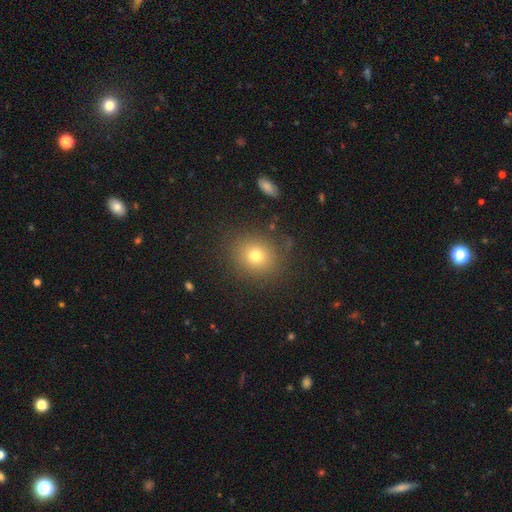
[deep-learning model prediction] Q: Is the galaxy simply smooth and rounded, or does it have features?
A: smooth — 73%.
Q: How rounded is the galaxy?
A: round — 76%.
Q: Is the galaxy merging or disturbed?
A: none — 85%.